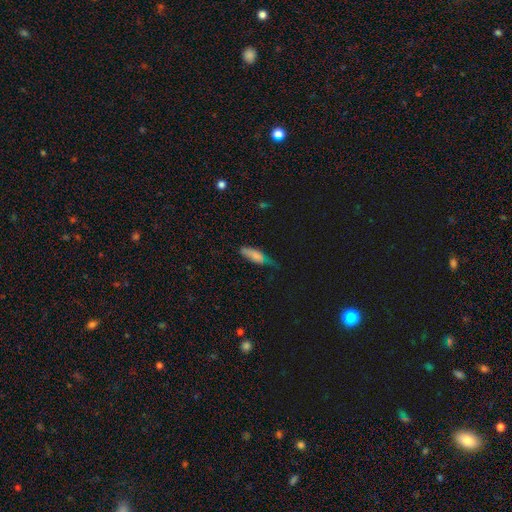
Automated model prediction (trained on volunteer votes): smooth-or-featured: smooth: 73% | featured or disk: 17% | star or artifact: 9%
  how-rounded: in between: 63% | cigar-shaped: 34% | round: 3%
  merging: minor disturbance: 40% | none: 34% | major disturbance: 23% | merger: 4%